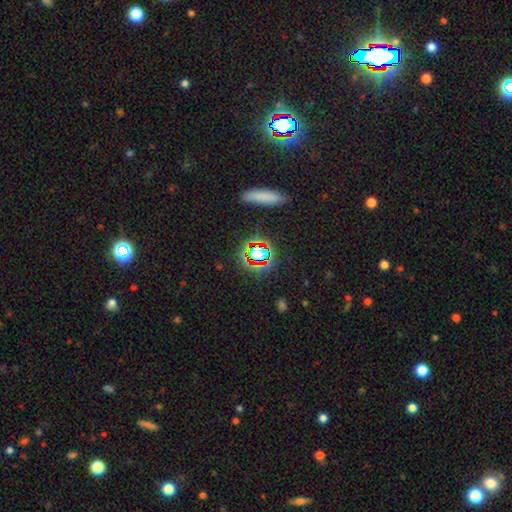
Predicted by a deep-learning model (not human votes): Smooth or featured? Predicted: star or artifact (p=0.58).